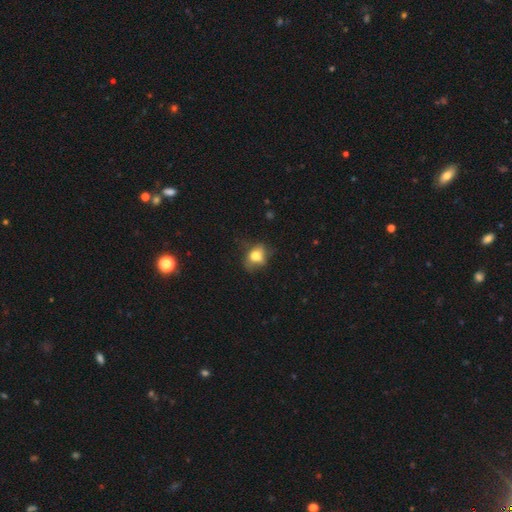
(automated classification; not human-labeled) A smooth galaxy with no disk features (69%) that is in between round and cigar-shaped (61%).

Vote fractions:
- Smooth or featured? smooth: 69% / featured or disk: 20% / star or artifact: 11%
- How rounded? in between: 61% / round: 37% / cigar-shaped: 2%
- Merging? none: 52% / minor disturbance: 29% / major disturbance: 16% / merger: 3%